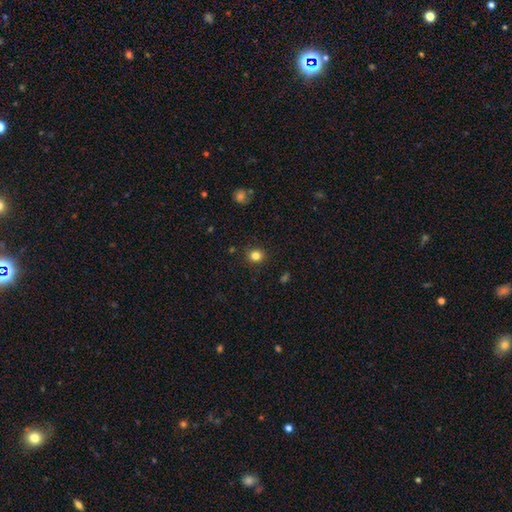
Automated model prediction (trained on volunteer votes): Smooth or featured? Predicted: smooth (p=0.82). How rounded? Predicted: round (p=0.85). Merging? Predicted: none (p=0.89).